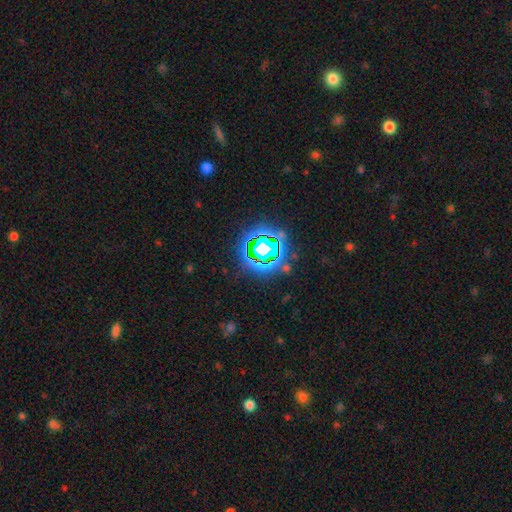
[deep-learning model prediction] smooth_or_featured: star or artifact (p=0.74) [alt: smooth p=0.14]